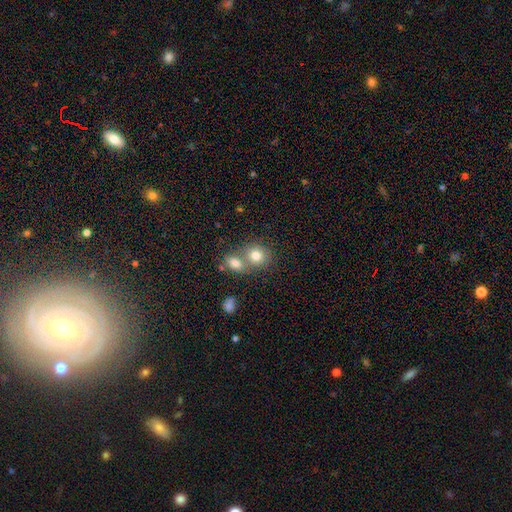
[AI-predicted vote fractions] A smooth galaxy with no disk features (79%) that is round (73%).

Vote fractions:
- Smooth or featured? smooth: 79% / star or artifact: 11% / featured or disk: 10%
- How rounded? round: 73% / in between: 26% / cigar-shaped: 1%
- Merging? merger: 46% / none: 43% / minor disturbance: 7% / major disturbance: 3%